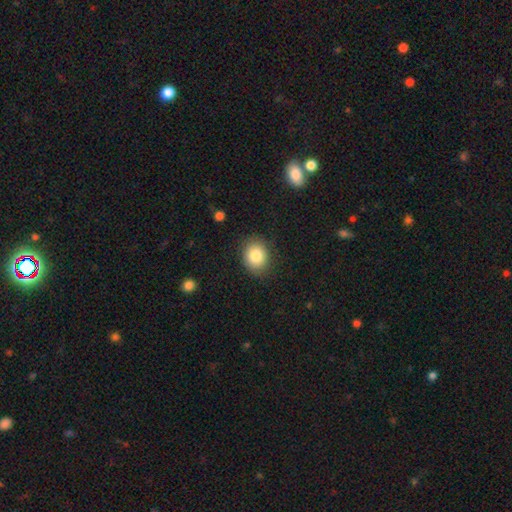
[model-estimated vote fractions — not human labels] Smooth or featured? Predicted: smooth (p=0.83). How rounded? Predicted: round (p=0.59). Merging? Predicted: none (p=0.84).